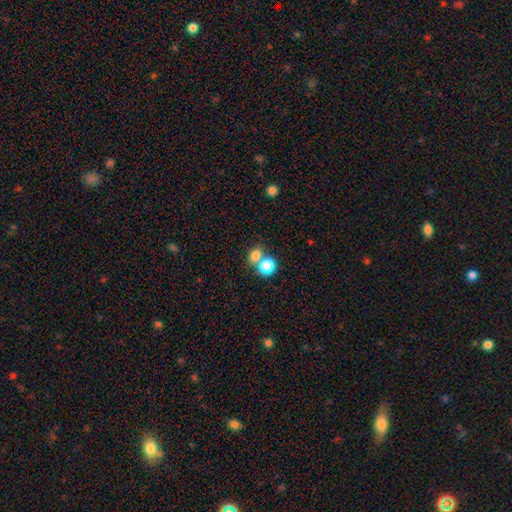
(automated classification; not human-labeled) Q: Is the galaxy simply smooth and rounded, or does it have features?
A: smooth — 79%.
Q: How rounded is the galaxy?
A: round — 55%.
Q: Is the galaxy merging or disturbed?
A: merger — 45%.